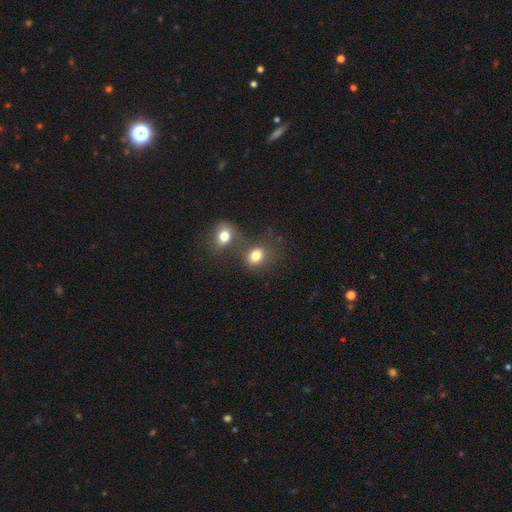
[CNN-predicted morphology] smooth 79%, star or artifact 12%, featured or disk 9%. Down the decision tree: how rounded — in between (50%); merging — merger (42%).